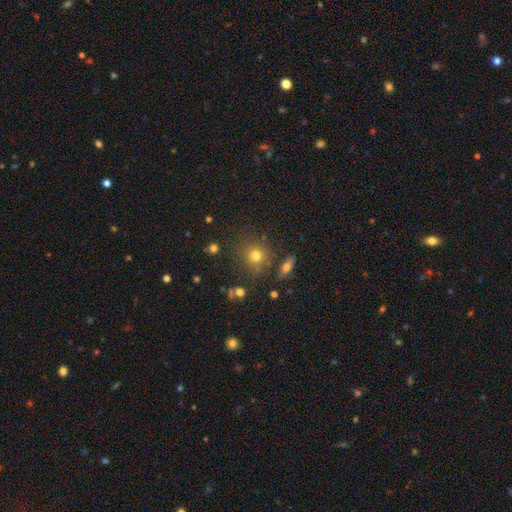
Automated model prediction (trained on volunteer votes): A smooth galaxy with no disk features (68%) that is round (85%). Merging: none (78%).